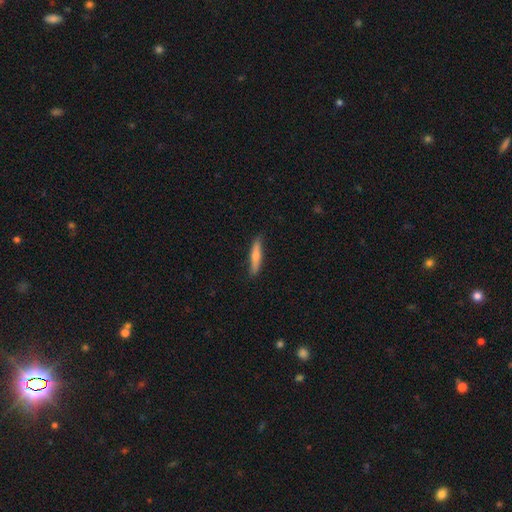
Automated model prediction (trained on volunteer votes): Overall: smooth (71%). How rounded: cigar-shaped (89%). Merging: none (85%).